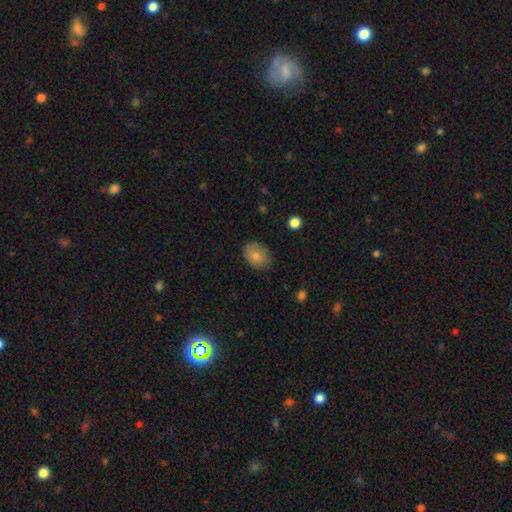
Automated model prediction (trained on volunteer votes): Smooth or featured?
  - smooth: 82% *
  - featured or disk: 10%
  - star or artifact: 8%
How rounded?
  - in between: 72% *
  - round: 27%
  - cigar-shaped: 1%
Merging?
  - none: 78% *
  - minor disturbance: 17%
  - major disturbance: 4%
  - merger: 1%